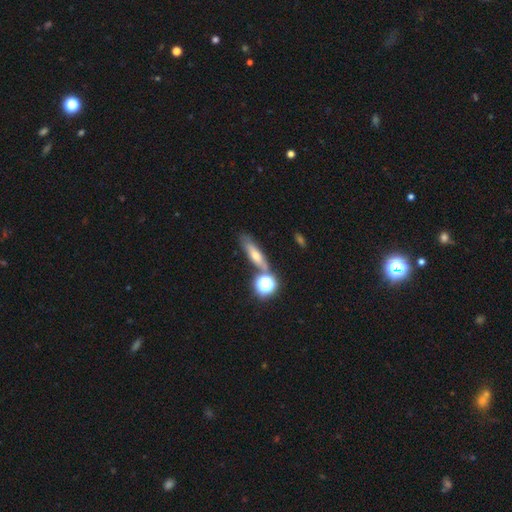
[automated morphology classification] Smooth or featured? smooth (46%)
Merging? none (66%)